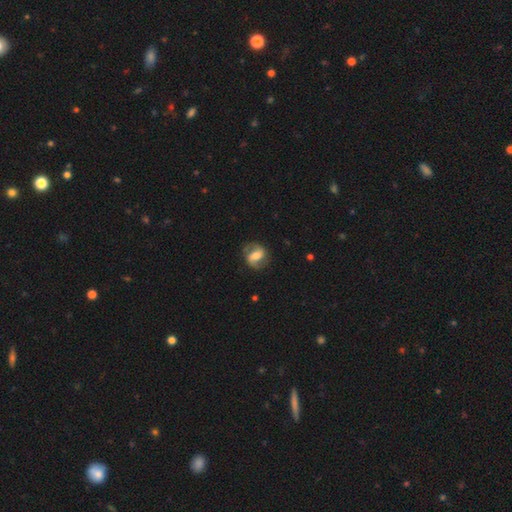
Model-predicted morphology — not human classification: The model was most divided on "spiral winding": medium: 47%, loose: 36%, tight: 18%. Remaining: edge-on disk — no (97%); spiral arms — yes (93%); spiral arm count — 2 (91%); merging — none (81%); smooth or featured — featured or disk (75%); bulge size — moderate (57%); bar — weak (46%).